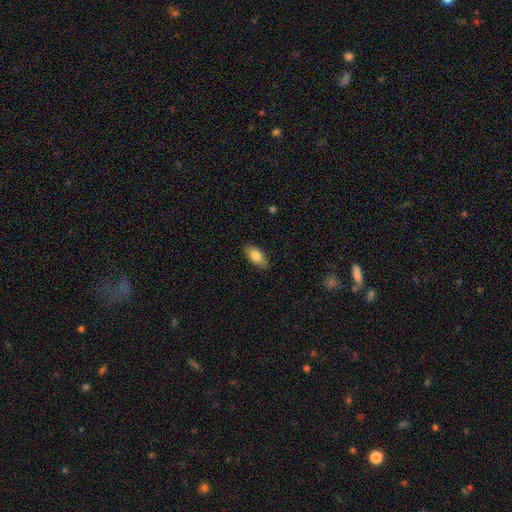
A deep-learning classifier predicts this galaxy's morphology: smooth 78%, featured or disk 15%, star or artifact 6%. Down the decision tree: how rounded — in between (91%); merging — none (86%).